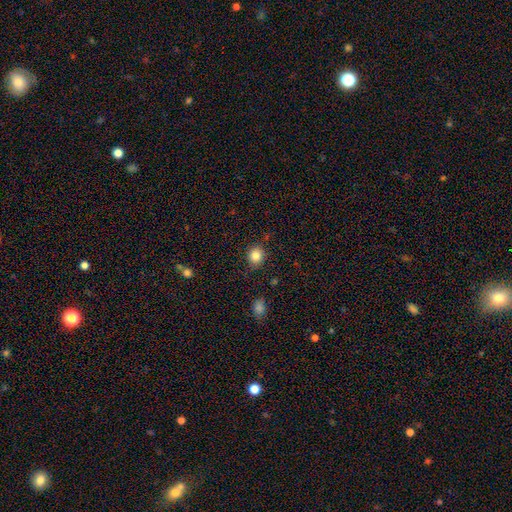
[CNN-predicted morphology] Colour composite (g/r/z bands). It shows a smooth galaxy with no disk features (84%) that is round (77%). Merging: none (85%).